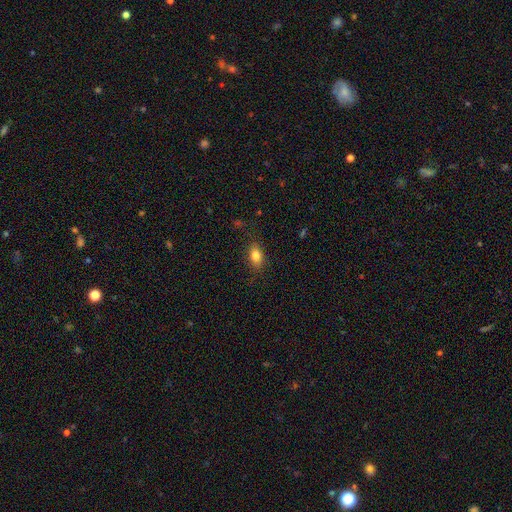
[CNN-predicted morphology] This appears to be a smooth galaxy with no disk features (82%) that is in between round and cigar-shaped (85%). Merging: none (83%).